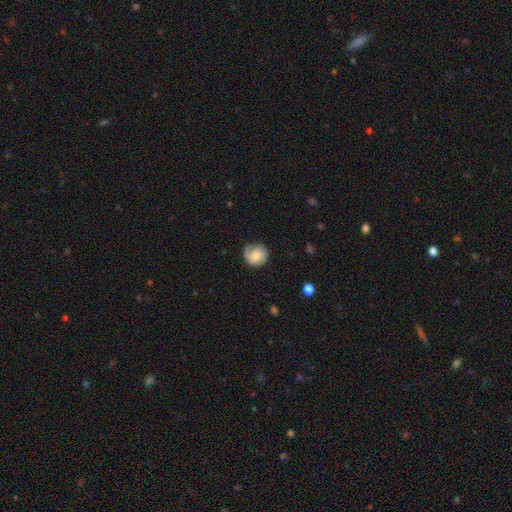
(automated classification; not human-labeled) This is possibly a featured or disk galaxy (52%). It is clearly not viewed edge-on (97%). Bar: possibly no (59%). Spiral arm pattern: clearly yes (89%). Central bulge: marginally moderate (43%). Merging: likely none (69%).